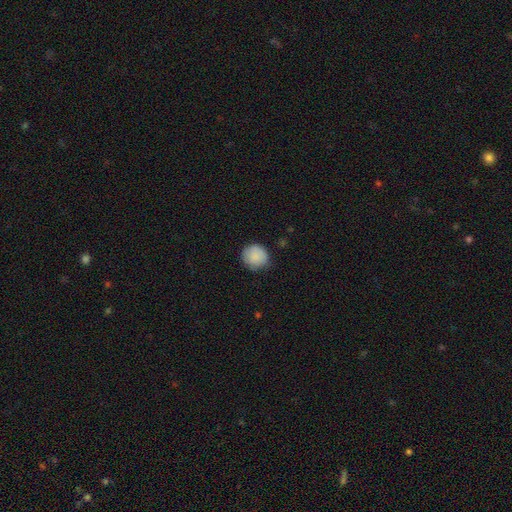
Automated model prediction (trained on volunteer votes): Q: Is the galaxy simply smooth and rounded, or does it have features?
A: smooth — 87%.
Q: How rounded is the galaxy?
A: round — 91%.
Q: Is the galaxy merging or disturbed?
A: none — 80%.